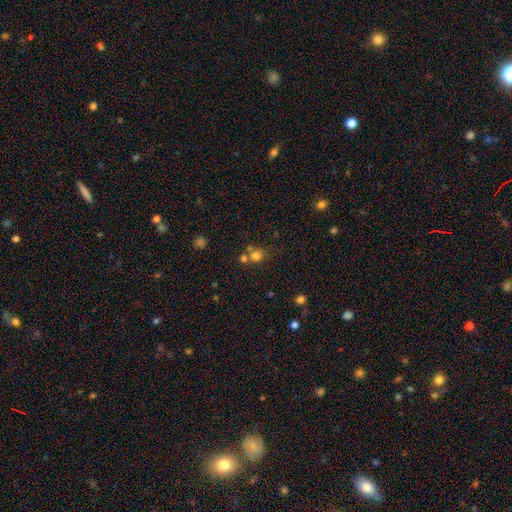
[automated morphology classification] Smooth or featured? Predicted: smooth (p=0.75). How rounded? Predicted: round (p=0.81). Merging? Predicted: none (p=0.54).